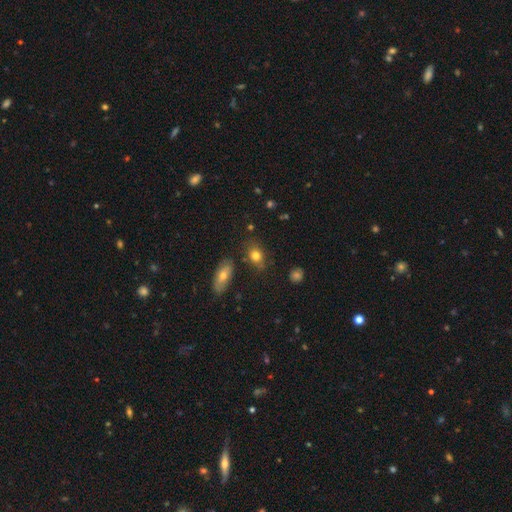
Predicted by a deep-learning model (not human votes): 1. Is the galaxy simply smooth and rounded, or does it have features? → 79% smooth, 11% featured or disk, 10% star or artifact.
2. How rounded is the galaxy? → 71% in between, 26% round, 3% cigar-shaped.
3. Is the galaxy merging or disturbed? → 70% none, 17% minor disturbance, 7% merger, 5% major disturbance.